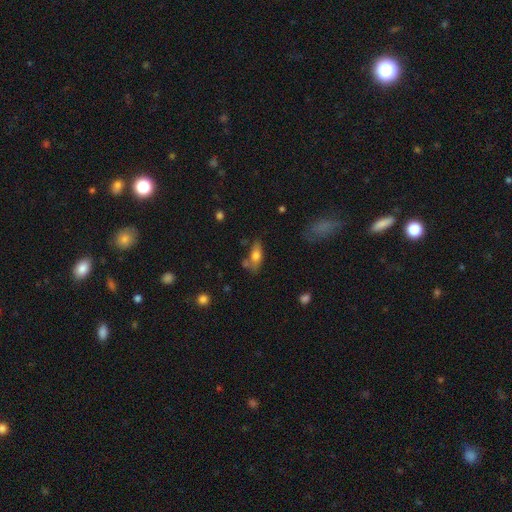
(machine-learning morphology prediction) smooth-or-featured: smooth: 70% | featured or disk: 22% | star or artifact: 8%
  how-rounded: in between: 77% | cigar-shaped: 19% | round: 4%
  merging: none: 54% | minor disturbance: 21% | merger: 17% | major disturbance: 8%